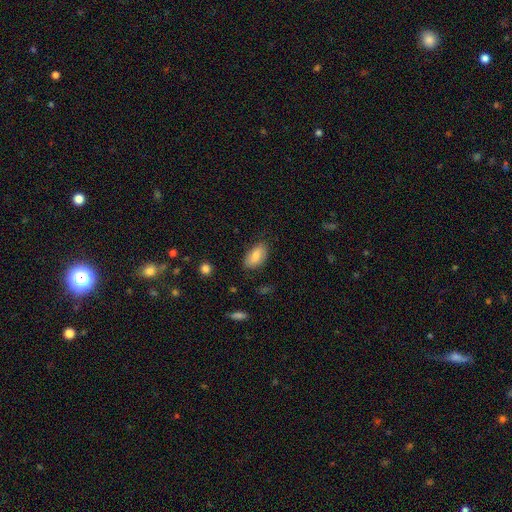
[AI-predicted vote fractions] The model was most divided on "merging": none: 78%, minor disturbance: 17%, major disturbance: 3%, merger: 1%. More confident: how rounded — in between (93%); smooth or featured — smooth (78%).